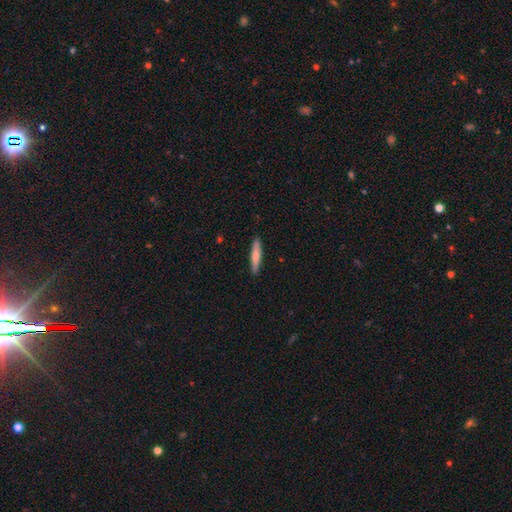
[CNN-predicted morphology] The model was most divided on "smooth or featured": smooth: 69%, featured or disk: 26%, star or artifact: 5%. More confident: merging — none (90%); how rounded — cigar-shaped (88%).